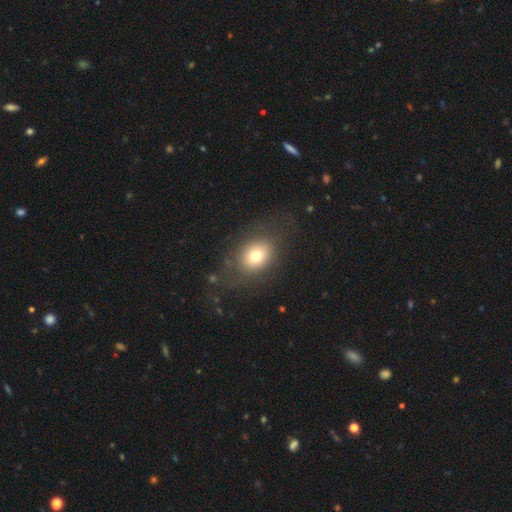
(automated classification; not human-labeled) A smooth galaxy with no disk features (73%) that is in between round and cigar-shaped (51%).

Vote fractions:
- Smooth or featured? smooth: 73% / featured or disk: 15% / star or artifact: 12%
- How rounded? in between: 51% / round: 48% / cigar-shaped: 1%
- Merging? none: 74% / minor disturbance: 14% / major disturbance: 11% / merger: 1%